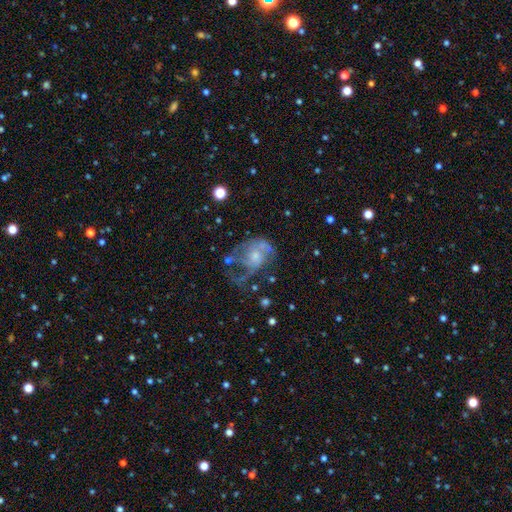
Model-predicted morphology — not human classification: smooth_or_featured: featured or disk (p=0.72) [alt: smooth p=0.20]
disk_edge_on: no (p=0.98) [alt: yes p=0.02]
bar: no (p=0.76) [alt: weak p=0.21]
has_spiral_arms: yes (p=0.73) [alt: no p=0.27]
spiral_winding: medium (p=0.42) [alt: loose p=0.35]
spiral_arm_count: 2 (p=0.38) [alt: can't tell p=0.24]
bulge_size: small (p=0.45) [alt: moderate p=0.39]
merging: major disturbance (p=0.46) [alt: none p=0.29]